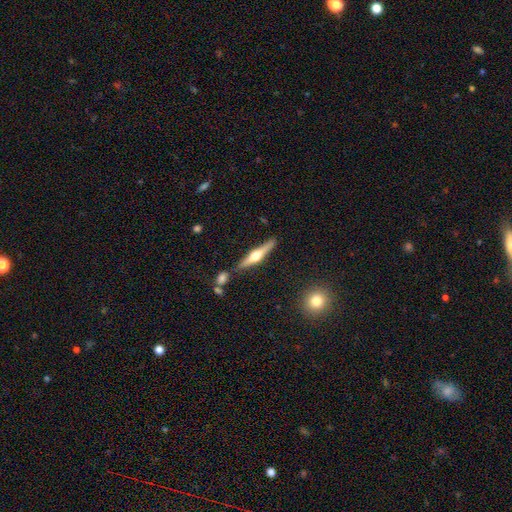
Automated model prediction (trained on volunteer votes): Smooth or featured? Predicted: featured or disk (p=0.67). Edge-on disk? Predicted: yes (p=0.97). Edge-on bulge? Predicted: rounded (p=0.92). Merging? Predicted: none (p=0.82).